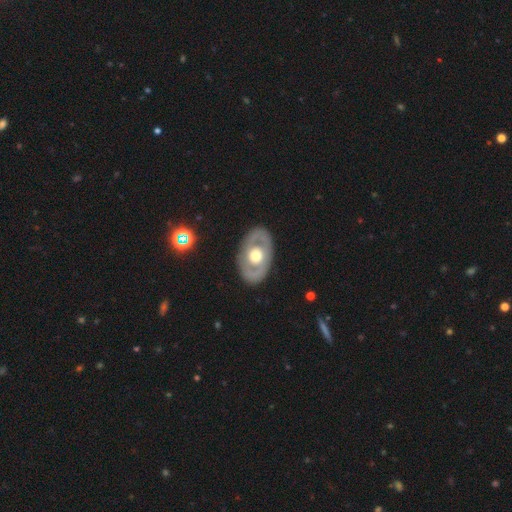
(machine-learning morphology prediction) smooth-or-featured: featured or disk: 66% | smooth: 29% | star or artifact: 5%
  disk-edge-on: no: 92% | yes: 8%
    bar: no: 84% | weak: 12% | strong: 4%
    has-spiral-arms: no: 72% | yes: 28%
    bulge-size: moderate: 60% | large: 33% | small: 4% | dominant: 2% | none: 1%
  merging: none: 85% | minor disturbance: 10% | major disturbance: 4% | merger: 1%